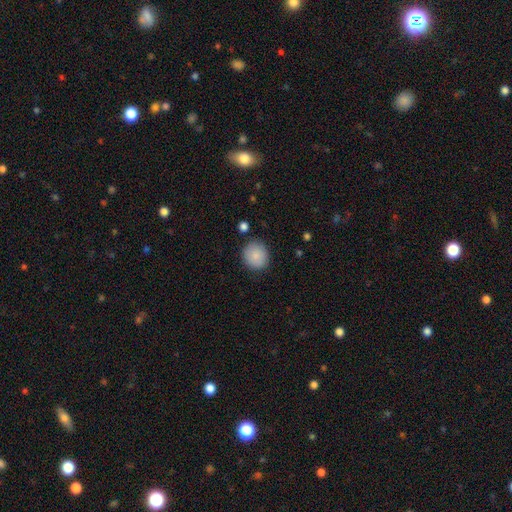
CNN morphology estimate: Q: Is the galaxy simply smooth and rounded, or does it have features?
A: smooth — 87%.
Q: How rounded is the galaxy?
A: round — 86%.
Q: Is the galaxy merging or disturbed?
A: none — 86%.